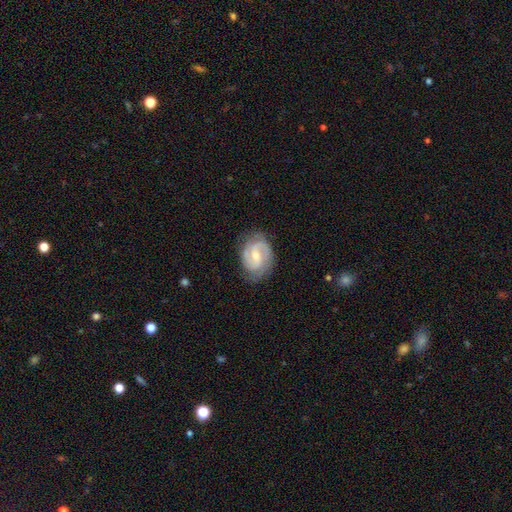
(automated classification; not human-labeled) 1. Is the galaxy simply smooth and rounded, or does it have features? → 85% featured or disk, 11% smooth, 5% star or artifact.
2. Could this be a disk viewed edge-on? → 98% no, 2% yes.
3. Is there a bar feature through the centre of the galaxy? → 53% weak, 32% no, 15% strong.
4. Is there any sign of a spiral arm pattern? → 96% yes, 4% no.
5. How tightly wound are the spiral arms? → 47% medium, 41% tight, 12% loose.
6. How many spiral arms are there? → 76% 2, 10% 3, 8% can't tell, 2% 1, 2% 4, 2% more than 4.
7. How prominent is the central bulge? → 50% small, 46% moderate, 2% none, 2% large, 1% dominant.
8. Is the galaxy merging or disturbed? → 78% none, 16% minor disturbance, 5% major disturbance, 1% merger.